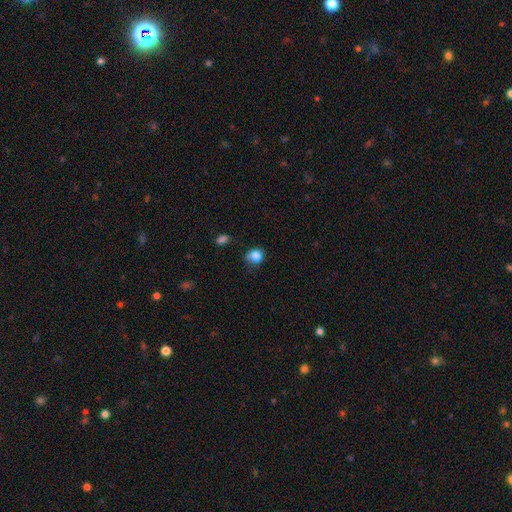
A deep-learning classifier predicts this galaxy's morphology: smooth 83%, star or artifact 10%, featured or disk 6%. Down the decision tree: how rounded — round (74%); merging — none (54%).